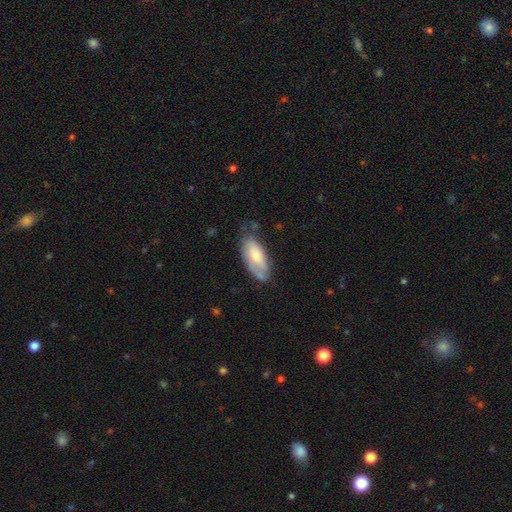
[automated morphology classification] Smooth or featured? Predicted: smooth (p=0.65). How rounded? Predicted: in between (p=0.87). Merging? Predicted: none (p=0.52).